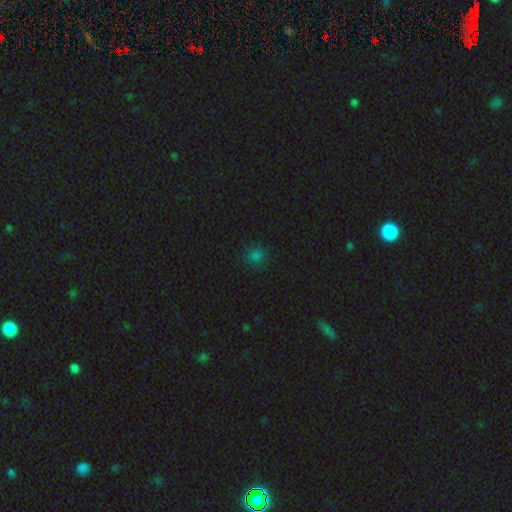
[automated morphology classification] type=smooth (74%); roundness=round (90%); merging=none (89%).